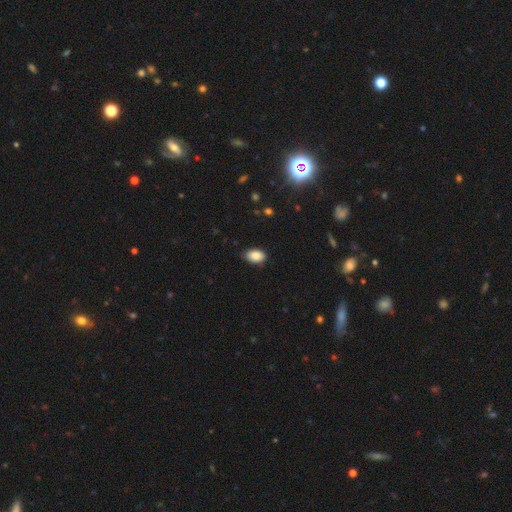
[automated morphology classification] Smooth or featured: smooth — 88% (star or artifact — 8%)
How rounded: in between — 90% (round — 8%)
Merging: none — 81% (minor disturbance — 16%)